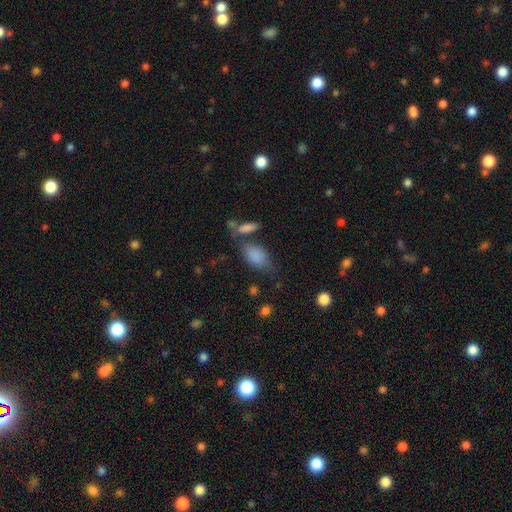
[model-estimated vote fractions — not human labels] Smooth or featured?
  - smooth: 85% *
  - star or artifact: 8%
  - featured or disk: 7%
How rounded?
  - in between: 90% *
  - round: 6%
  - cigar-shaped: 4%
Merging?
  - none: 53% *
  - minor disturbance: 21%
  - merger: 16%
  - major disturbance: 9%